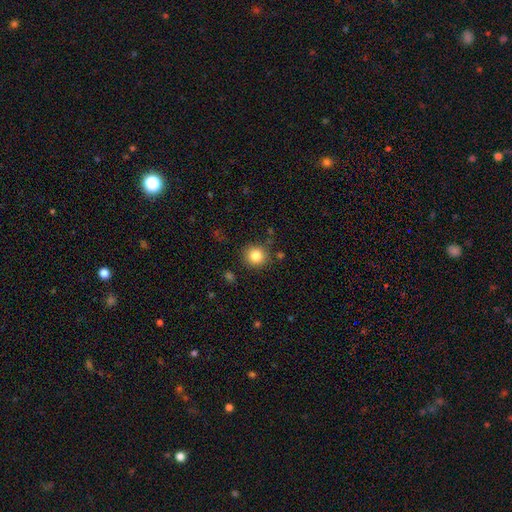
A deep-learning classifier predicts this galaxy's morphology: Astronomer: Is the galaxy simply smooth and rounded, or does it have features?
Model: smooth — 83%.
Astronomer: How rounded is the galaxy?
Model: round — 92%.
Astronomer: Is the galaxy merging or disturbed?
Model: none — 86%.